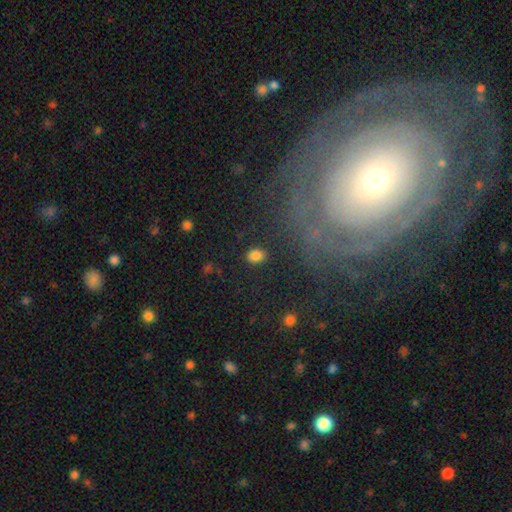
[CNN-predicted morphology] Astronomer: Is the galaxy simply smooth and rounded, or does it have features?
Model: smooth — 83%.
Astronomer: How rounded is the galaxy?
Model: in between — 64%.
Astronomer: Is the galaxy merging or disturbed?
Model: none — 86%.